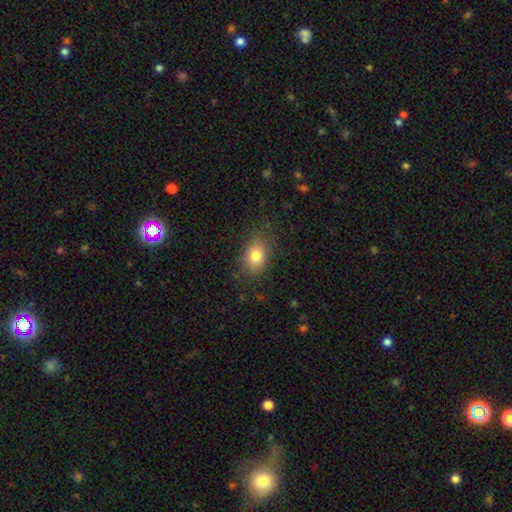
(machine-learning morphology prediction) Smooth or featured: smooth — 80% (featured or disk — 10%)
How rounded: in between — 74% (round — 24%)
Merging: none — 81% (minor disturbance — 13%)